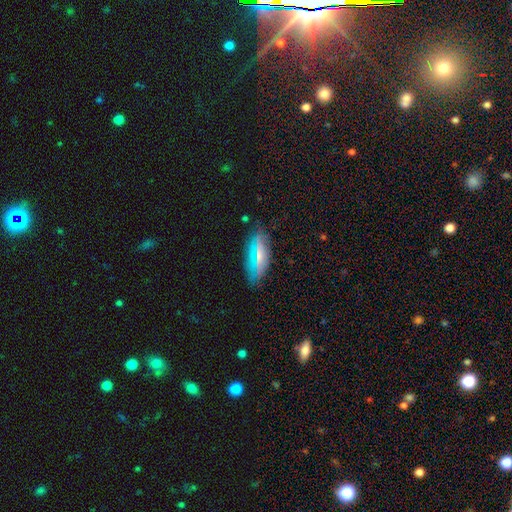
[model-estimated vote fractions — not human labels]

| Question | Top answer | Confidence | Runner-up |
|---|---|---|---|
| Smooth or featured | smooth | 44% | featured or disk (43%) |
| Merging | none | 80% | minor disturbance (15%) |